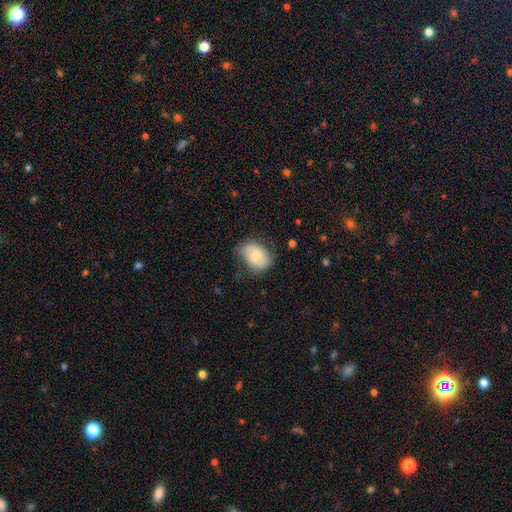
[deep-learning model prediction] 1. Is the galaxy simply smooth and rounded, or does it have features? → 60% smooth, 34% featured or disk, 7% star or artifact.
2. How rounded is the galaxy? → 73% in between, 26% round, 1% cigar-shaped.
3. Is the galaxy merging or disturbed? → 67% none, 25% minor disturbance, 7% major disturbance, 1% merger.